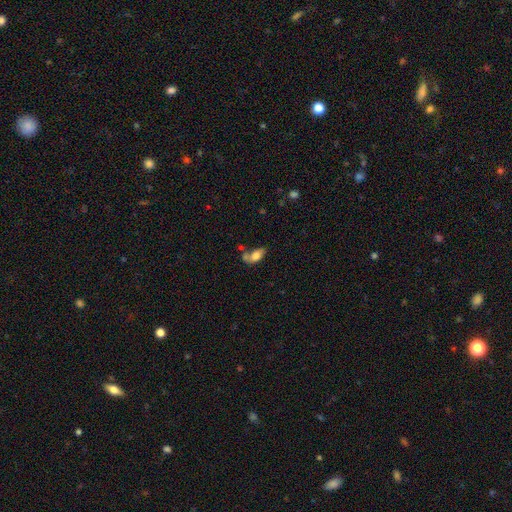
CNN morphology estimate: Smooth or featured? Predicted: smooth (p=0.71). How rounded? Predicted: in between (p=0.89). Merging? Predicted: none (p=0.36).